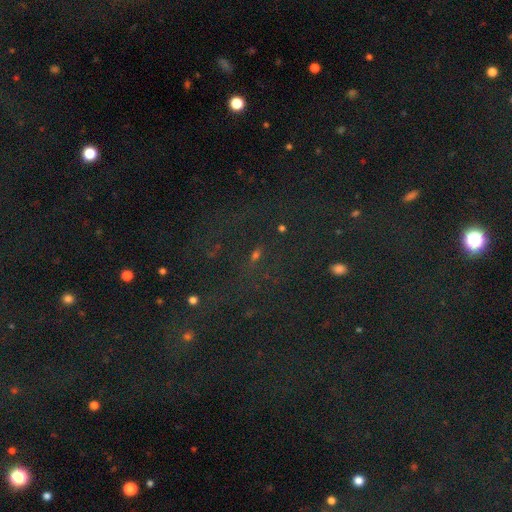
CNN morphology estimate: Overall: star or artifact (52%; smooth 31%).